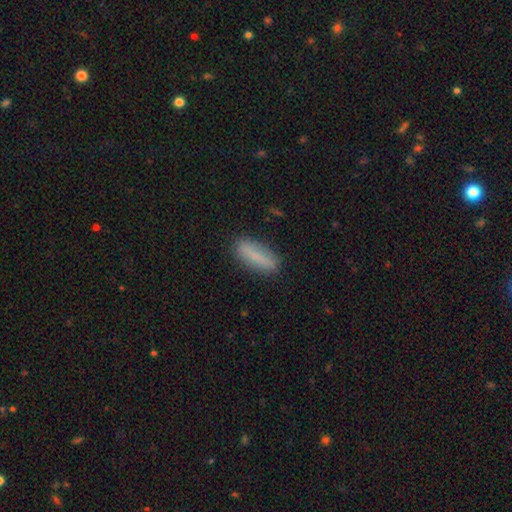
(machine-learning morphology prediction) This appears to be a smooth galaxy with no disk features (78%) that is cigar-shaped (55%). Merging: none (83%).